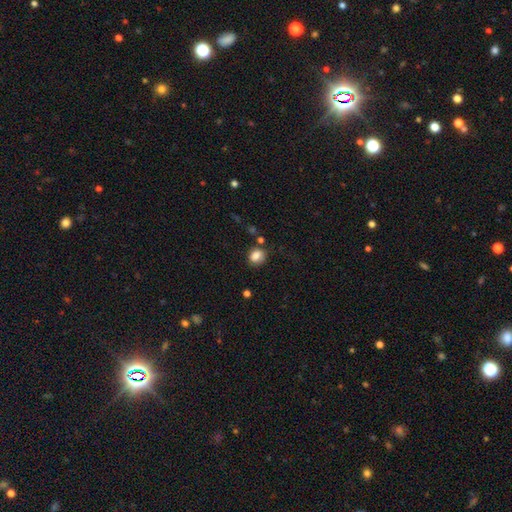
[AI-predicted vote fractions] Morphology: type=smooth (82%); roundness=round (59%); merging=none (73%).